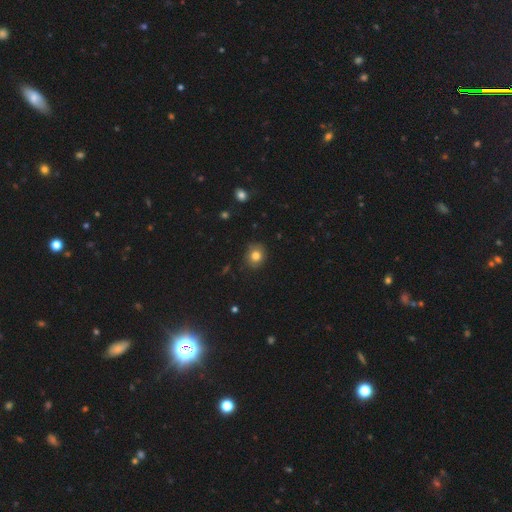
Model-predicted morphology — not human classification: smooth 80%, star or artifact 11%, featured or disk 9%. Down the decision tree: how rounded — round (75%); merging — none (84%).